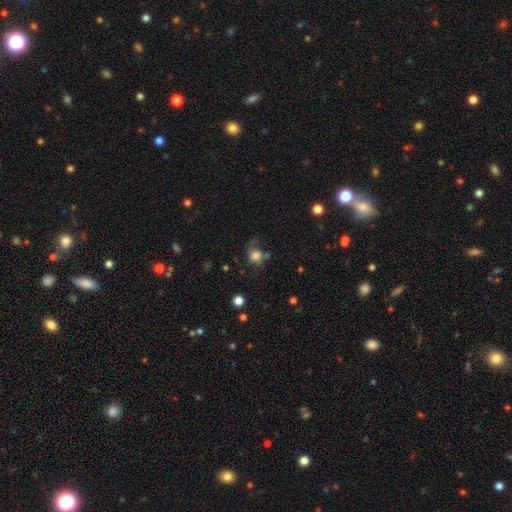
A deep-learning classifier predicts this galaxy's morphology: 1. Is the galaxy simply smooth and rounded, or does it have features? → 70% smooth, 18% featured or disk, 12% star or artifact.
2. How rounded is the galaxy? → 71% round, 28% in between, 1% cigar-shaped.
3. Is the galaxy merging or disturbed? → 44% none, 26% minor disturbance, 24% major disturbance, 6% merger.